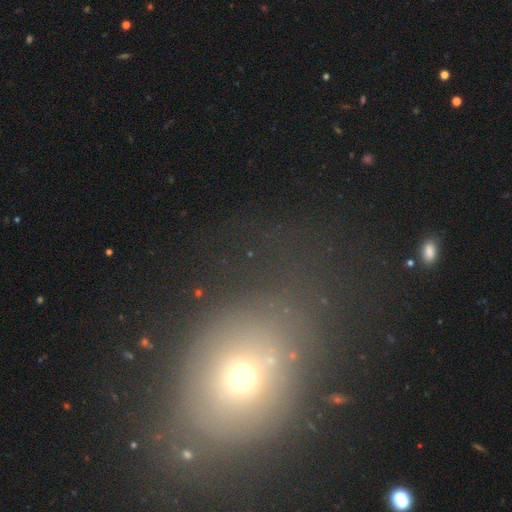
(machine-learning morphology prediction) Smooth or featured? Predicted: smooth (p=0.54). How rounded? Predicted: round (p=0.52). Merging? Predicted: none (p=0.61).